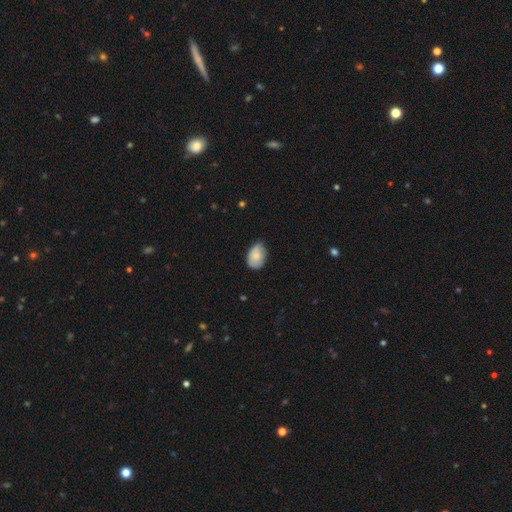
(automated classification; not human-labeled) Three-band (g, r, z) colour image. It shows a smooth galaxy with no disk features (77%) that is in between round and cigar-shaped (86%). Merging: none (58%).